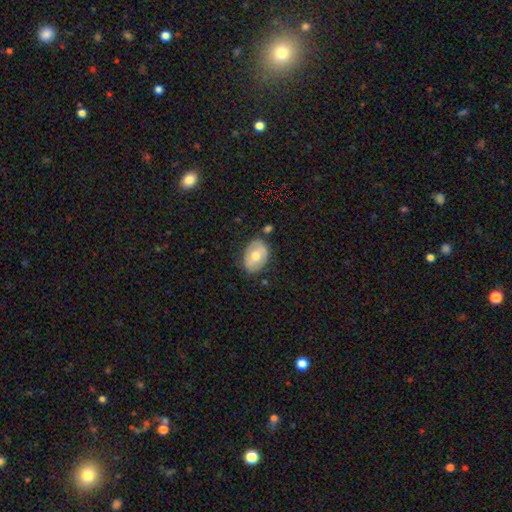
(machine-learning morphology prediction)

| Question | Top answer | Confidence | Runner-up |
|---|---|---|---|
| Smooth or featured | smooth | 56% | featured or disk (37%) |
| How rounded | in between | 79% | round (20%) |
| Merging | none | 74% | minor disturbance (18%) |